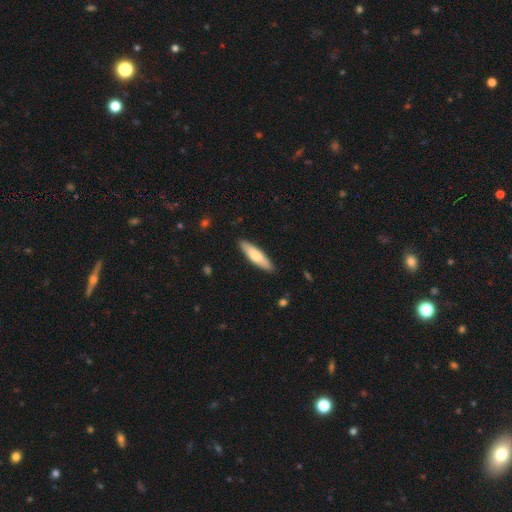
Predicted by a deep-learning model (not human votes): A smooth galaxy with no disk features (67%) that is cigar-shaped (66%).

Vote fractions:
- Smooth or featured? smooth: 67% / featured or disk: 28% / star or artifact: 5%
- How rounded? cigar-shaped: 66% / in between: 32% / round: 2%
- Merging? none: 89% / minor disturbance: 8% / major disturbance: 2% / merger: 1%